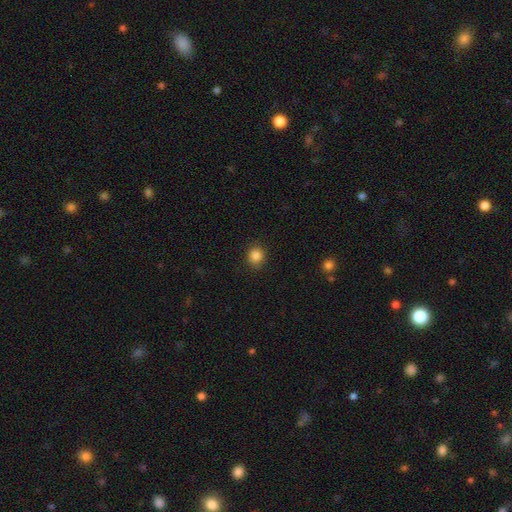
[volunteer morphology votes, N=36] Smooth or featured? 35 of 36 (97%) said smooth. How rounded? 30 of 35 (86%) said round. Merging? 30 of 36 (83%) said none.